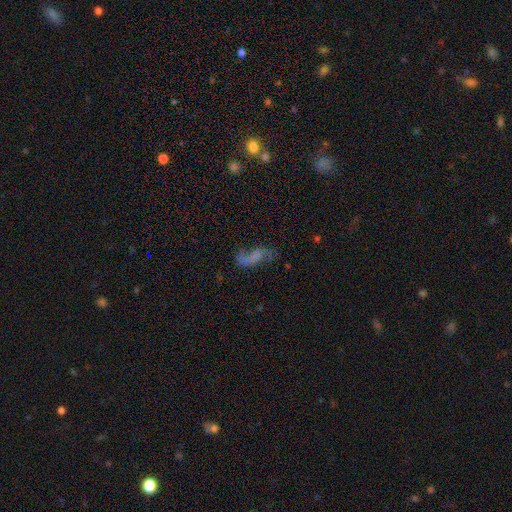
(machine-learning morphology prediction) A featured or disk galaxy (66%) with no bar (51%), 2 (87%) loose (78%) spiral arms (88%) and no central bulge (54%).

Vote fractions:
- Smooth or featured? featured or disk: 66% / smooth: 20% / star or artifact: 14%
- Edge-on disk? no: 92% / yes: 8%
- Bar? no: 51% / weak: 36% / strong: 13%
- Spiral arms? yes: 88% / no: 12%
- Spiral winding? loose: 78% / medium: 17% / tight: 5%
- Spiral arm count? 2: 87% / 1: 6% / can't tell: 4% / 3: 1% / 4: 1% / more than 4: 1%
- Bulge size? none: 54% / small: 23% / moderate: 16% / large: 6% / dominant: 2%
- Merging? none: 61% / minor disturbance: 18% / major disturbance: 16% / merger: 5%